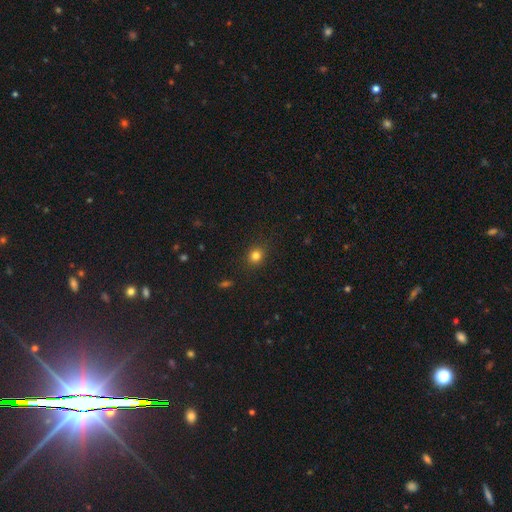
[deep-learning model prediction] A smooth galaxy with no disk features (81%) that is round (79%). Merging: none (89%).